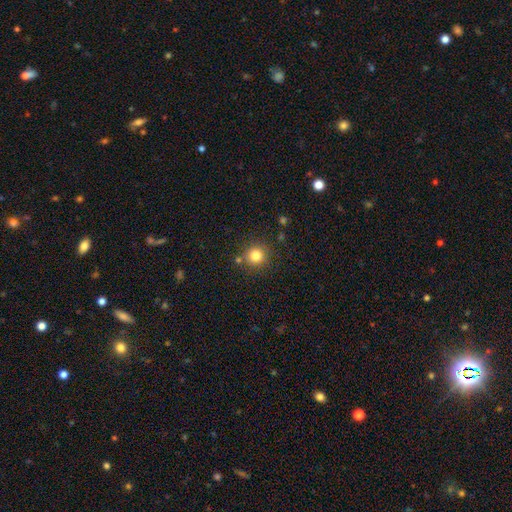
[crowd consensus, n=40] Smooth or featured: smooth — 88% (star or artifact — 12%)
How rounded: round — 97% (in between — 3%)
Merging: none — 91% (merger — 6%)